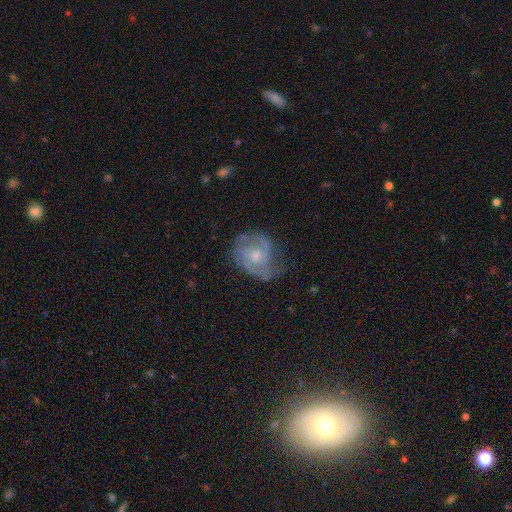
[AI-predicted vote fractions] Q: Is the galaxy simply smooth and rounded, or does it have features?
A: featured or disk — 71%.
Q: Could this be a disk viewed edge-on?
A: no — 97%.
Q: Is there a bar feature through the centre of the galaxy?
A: no — 70%.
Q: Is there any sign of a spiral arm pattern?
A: yes — 86%.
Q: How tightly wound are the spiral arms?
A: medium — 44%.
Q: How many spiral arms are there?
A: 2 — 51%.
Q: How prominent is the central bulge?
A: moderate — 53%.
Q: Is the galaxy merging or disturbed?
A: none — 53%.